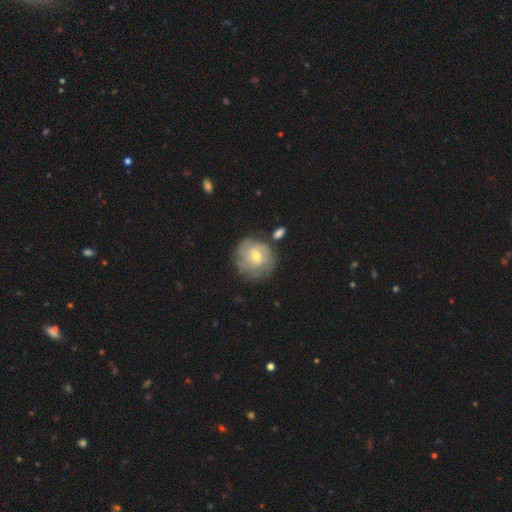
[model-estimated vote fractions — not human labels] Q: Smooth or featured?
A: featured or disk (66%); runner-up: smooth (28%)
Q: Edge-on disk?
A: no (98%); runner-up: yes (2%)
Q: Bar?
A: no (50%); runner-up: weak (44%)
Q: Spiral arms?
A: yes (87%); runner-up: no (13%)
Q: Spiral winding?
A: tight (61%); runner-up: medium (29%)
Q: Spiral arm count?
A: can't tell (43%); runner-up: 2 (22%)
Q: Bulge size?
A: small (50%); runner-up: moderate (45%)
Q: Merging?
A: none (71%); runner-up: minor disturbance (16%)